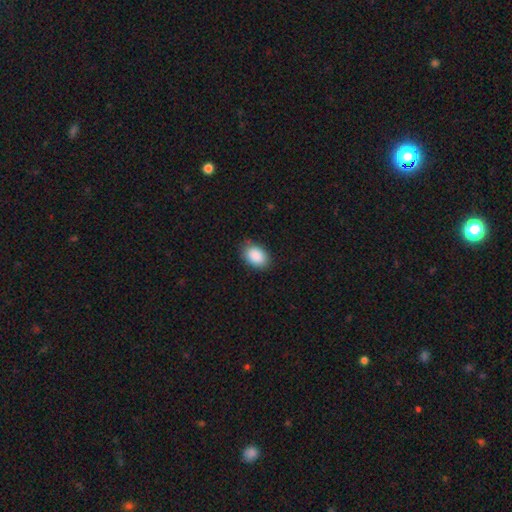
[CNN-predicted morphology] Smooth or featured?
  - smooth: 90% *
  - star or artifact: 6%
  - featured or disk: 3%
How rounded?
  - in between: 87% *
  - round: 12%
  - cigar-shaped: 1%
Merging?
  - none: 83% *
  - minor disturbance: 13%
  - major disturbance: 3%
  - merger: 1%